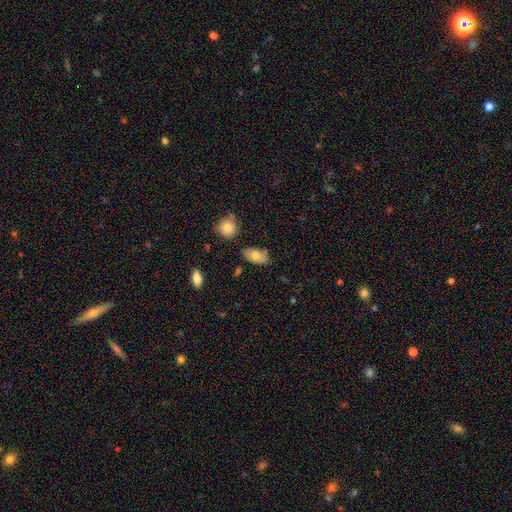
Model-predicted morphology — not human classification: Overall: smooth (75%). How rounded: in between (92%). Merging: none (77%).